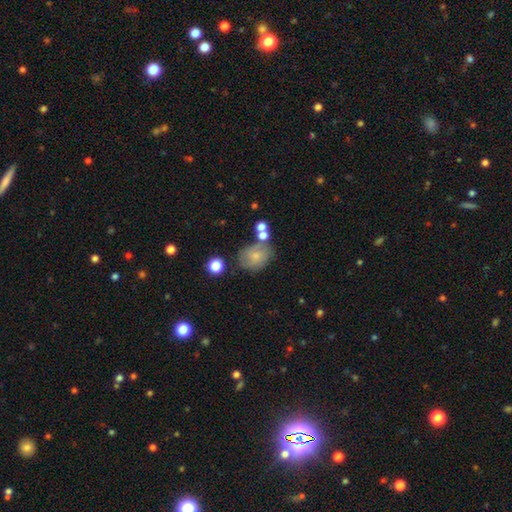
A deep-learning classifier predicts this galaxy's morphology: Overall: smooth (66%). How rounded: round (53%; in between 46%). Merging: none (49%; minor disturbance 22%).